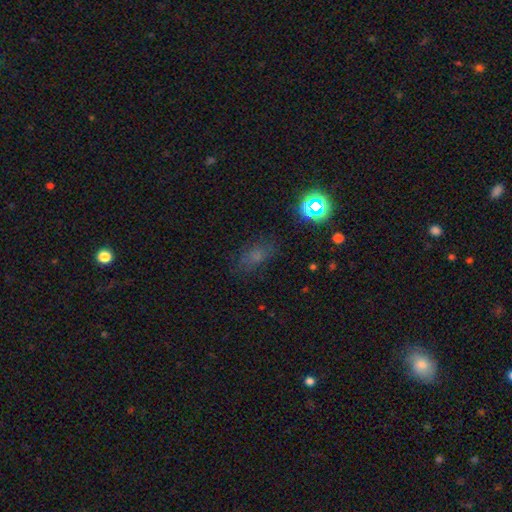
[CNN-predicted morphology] smooth 62%, star or artifact 25%, featured or disk 13%. Down the decision tree: how rounded — in between (77%); merging — none (75%).